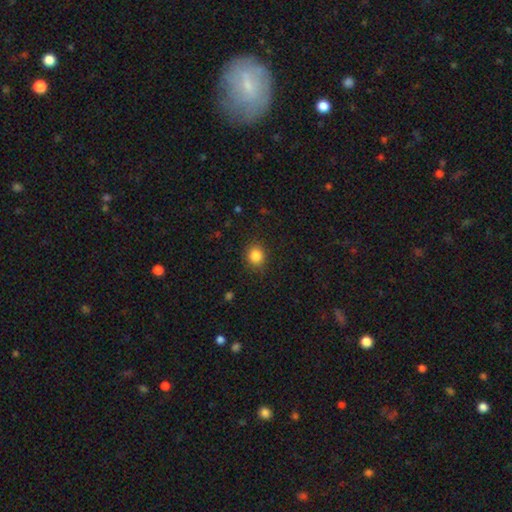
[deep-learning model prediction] Smooth or featured: smooth — 85% (star or artifact — 11%)
How rounded: round — 83% (in between — 16%)
Merging: none — 87% (minor disturbance — 9%)